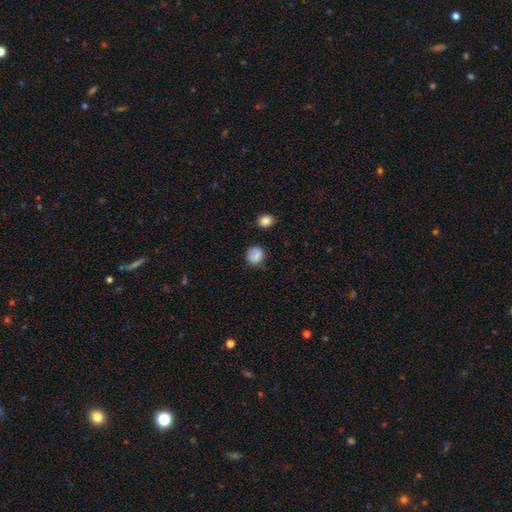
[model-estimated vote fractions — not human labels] This is clearly a smooth galaxy (83%). How rounded: likely round (76%). Merging: likely none (71%).